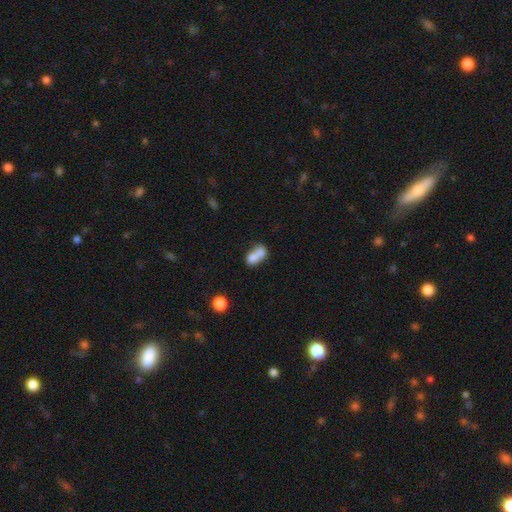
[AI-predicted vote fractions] Morphology: type=smooth (72%); roundness=in between (70%); merging=merger (68%).